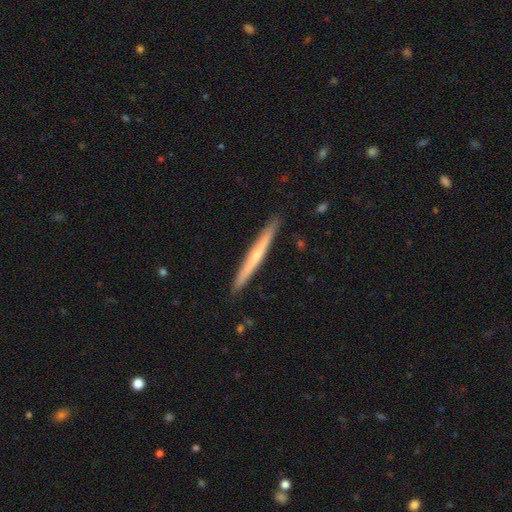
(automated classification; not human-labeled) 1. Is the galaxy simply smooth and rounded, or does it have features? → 54% featured or disk, 40% smooth, 5% star or artifact.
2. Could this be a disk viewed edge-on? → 97% yes, 3% no.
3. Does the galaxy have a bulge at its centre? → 48% rounded (tied), 48% none (tied), 4% boxy.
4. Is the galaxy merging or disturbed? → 92% none, 6% minor disturbance, 1% major disturbance, 1% merger.